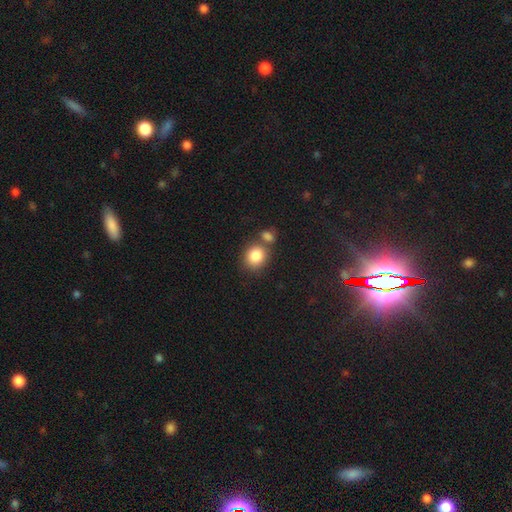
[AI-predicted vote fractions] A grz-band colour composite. It shows a smooth galaxy with no disk features (84%) that is round (72%). Merging: none (55%).